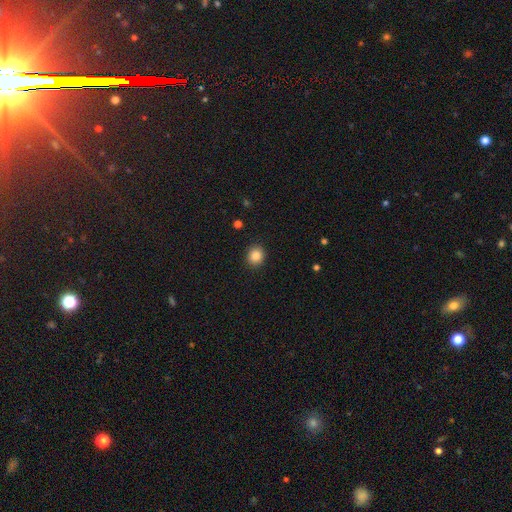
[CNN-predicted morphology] A smooth galaxy with no disk features (85%) that is round (83%). Merging: none (91%).